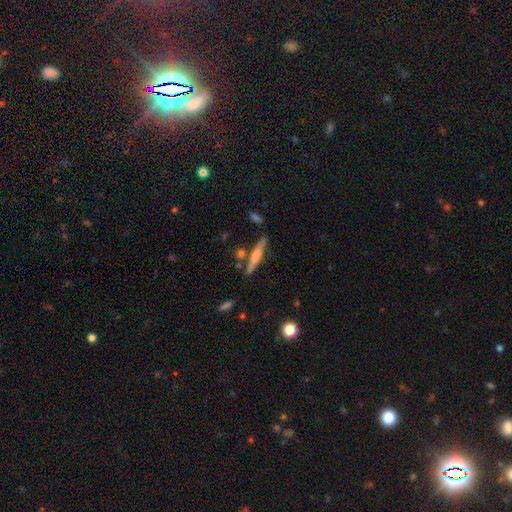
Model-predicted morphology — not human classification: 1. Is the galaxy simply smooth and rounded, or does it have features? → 52% featured or disk, 41% smooth, 7% star or artifact.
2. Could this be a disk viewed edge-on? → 96% yes, 4% no.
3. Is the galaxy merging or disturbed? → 79% none, 11% minor disturbance, 7% merger, 3% major disturbance.